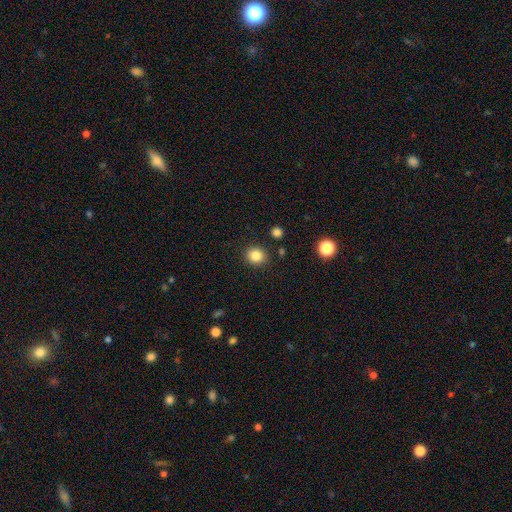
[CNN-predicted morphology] Overall: smooth (84%). How rounded: round (85%). Merging: none (89%).